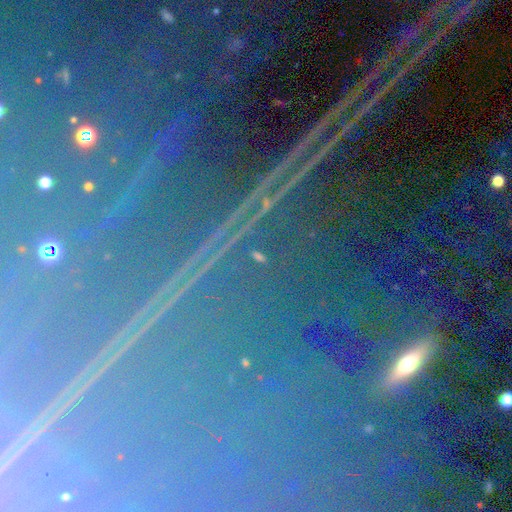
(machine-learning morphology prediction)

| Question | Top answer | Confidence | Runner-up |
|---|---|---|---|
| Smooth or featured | star or artifact | 84% | featured or disk (9%) |